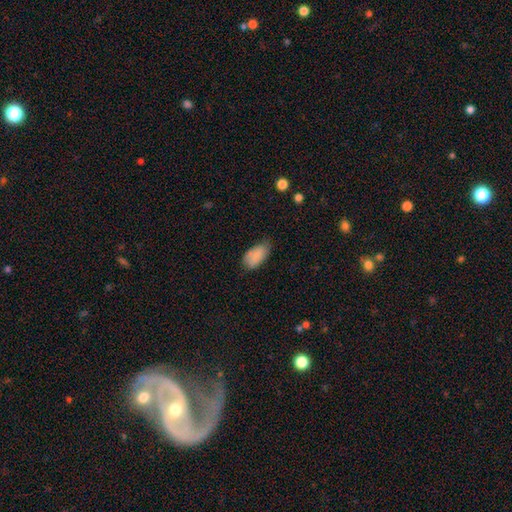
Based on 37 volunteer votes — Overall: smooth (89%). How rounded: in between (94%). Merging: none (54%; minor disturbance 38%).